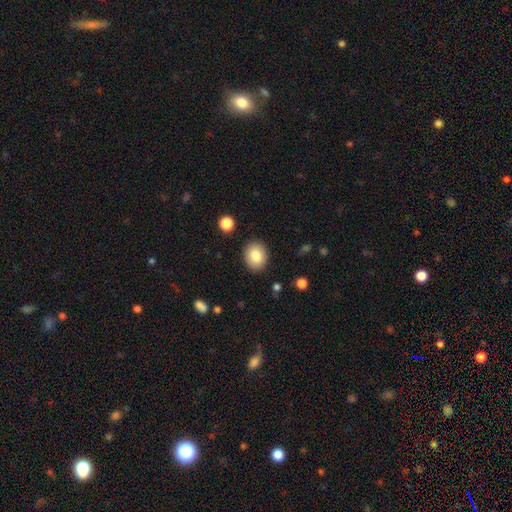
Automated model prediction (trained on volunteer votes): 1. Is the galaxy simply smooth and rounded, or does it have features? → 84% smooth, 8% featured or disk, 8% star or artifact.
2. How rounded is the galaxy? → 51% in between, 48% round, 1% cigar-shaped.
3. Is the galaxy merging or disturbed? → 89% none, 8% minor disturbance, 2% major disturbance, 1% merger.